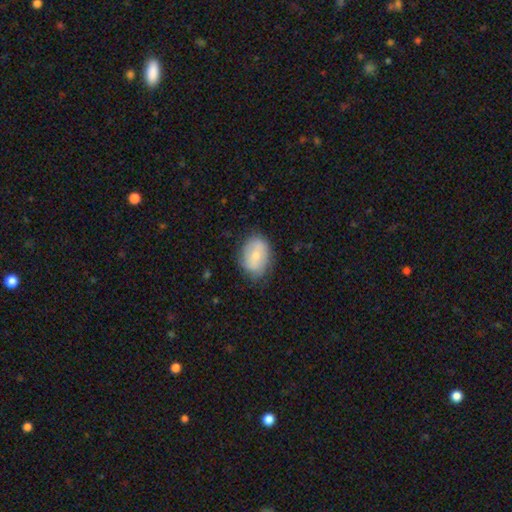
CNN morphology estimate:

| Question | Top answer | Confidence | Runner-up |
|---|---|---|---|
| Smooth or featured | smooth | 66% | featured or disk (27%) |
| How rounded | in between | 73% | round (26%) |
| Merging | none | 74% | minor disturbance (20%) |